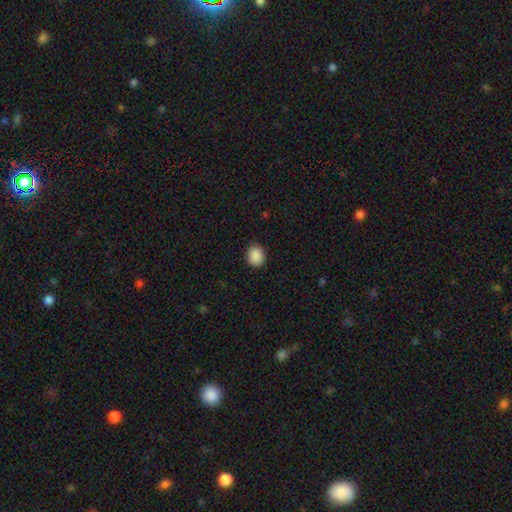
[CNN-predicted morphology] A smooth galaxy with no disk features (89%) that is round (60%). Merging: none (89%).